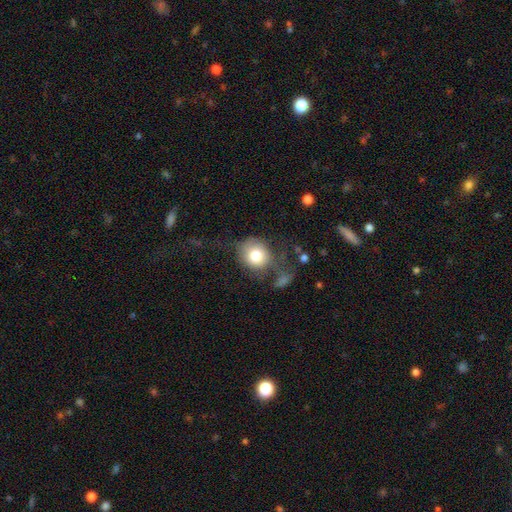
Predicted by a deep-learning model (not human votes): Q: Smooth or featured?
A: smooth (78%); runner-up: featured or disk (13%)
Q: How rounded?
A: round (80%); runner-up: in between (19%)
Q: Merging?
A: none (50%); runner-up: minor disturbance (22%)